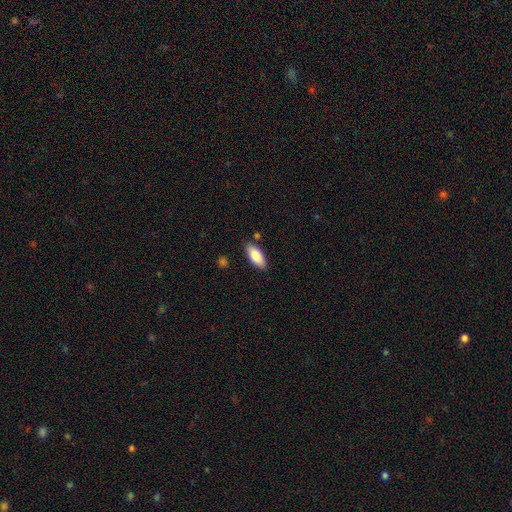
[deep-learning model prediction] Smooth or featured? Predicted: smooth (p=0.83). How rounded? Predicted: in between (p=0.86). Merging? Predicted: none (p=0.84).